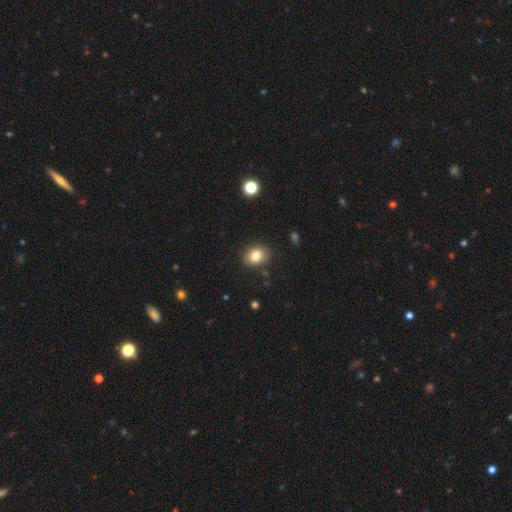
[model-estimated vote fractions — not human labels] smooth 82%, star or artifact 10%, featured or disk 8%. Down the decision tree: how rounded — in between (54%); merging — none (86%).